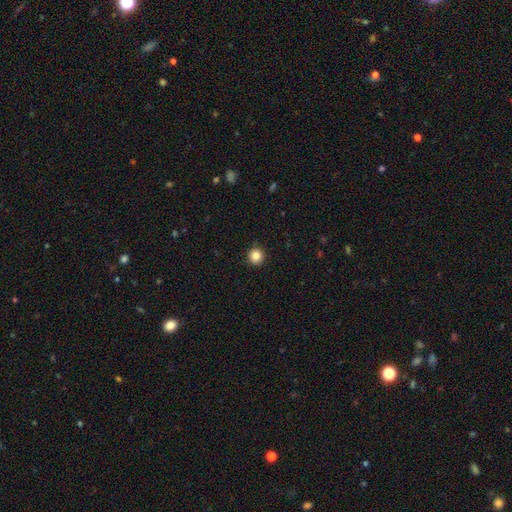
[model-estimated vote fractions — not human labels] smooth-or-featured: smooth: 86% | star or artifact: 11% | featured or disk: 4%
  how-rounded: round: 94% | in between: 5% | cigar-shaped: 1%
  merging: none: 91% | minor disturbance: 6% | major disturbance: 2% | merger: 1%